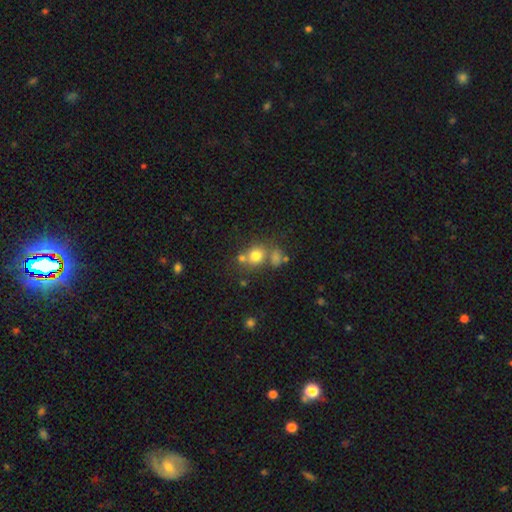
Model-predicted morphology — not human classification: smooth-or-featured: smooth: 74% | star or artifact: 15% | featured or disk: 11%
  how-rounded: round: 77% | in between: 21% | cigar-shaped: 1%
  merging: none: 55% | merger: 27% | minor disturbance: 12% | major disturbance: 6%